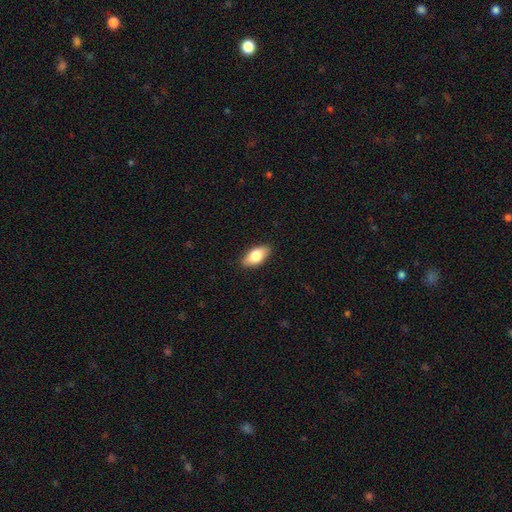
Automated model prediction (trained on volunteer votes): A smooth galaxy with no disk features (78%) that is in between round and cigar-shaped (91%).

Vote fractions:
- Smooth or featured? smooth: 78% / featured or disk: 15% / star or artifact: 6%
- How rounded? in between: 91% / cigar-shaped: 6% / round: 4%
- Merging? none: 87% / minor disturbance: 10% / major disturbance: 2% / merger: 1%